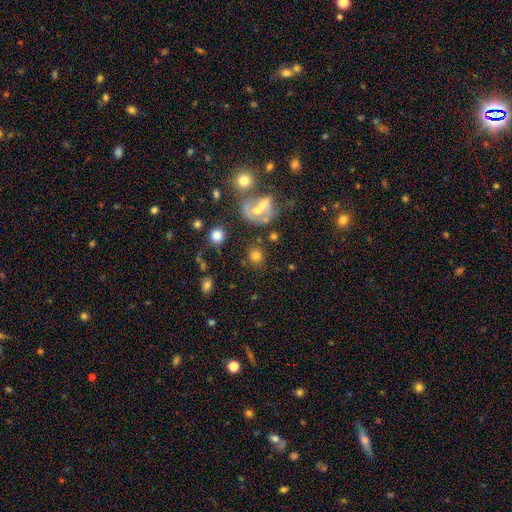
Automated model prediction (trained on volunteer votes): This appears to be a smooth galaxy with no disk features (74%) that is round (81%). Merging: none (72%).